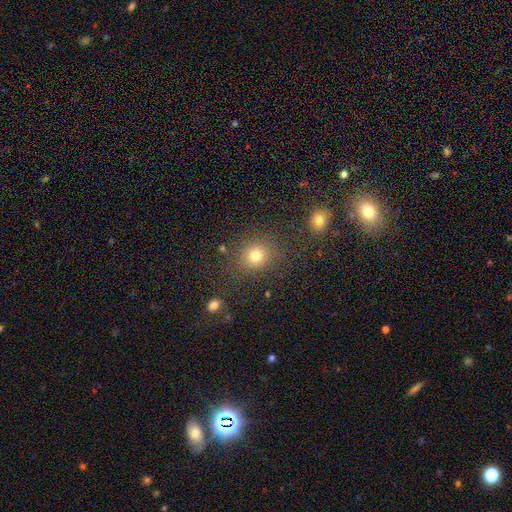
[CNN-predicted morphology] This appears to be a smooth galaxy with no disk features (76%) that is round (78%). Merging: none (81%).